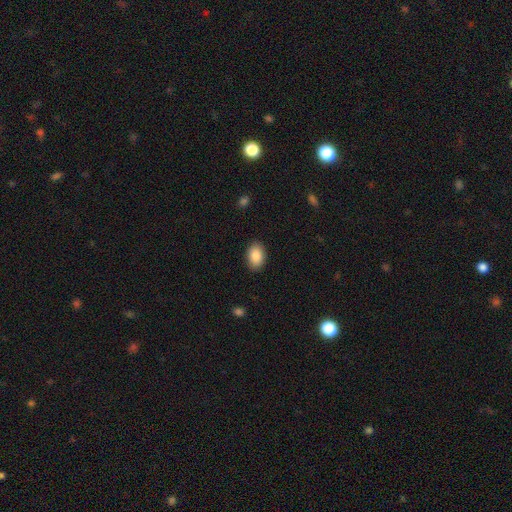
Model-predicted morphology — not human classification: smooth_or_featured: smooth (p=0.88) [alt: star or artifact p=0.07]
how_rounded: in between (p=0.87) [alt: round p=0.12]
merging: none (p=0.89) [alt: minor disturbance p=0.08]